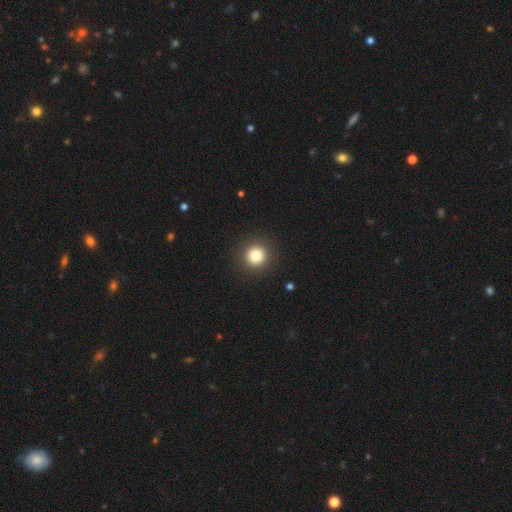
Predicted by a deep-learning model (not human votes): Smooth or featured? smooth (82%)
How rounded? round (95%)
Merging? none (92%)